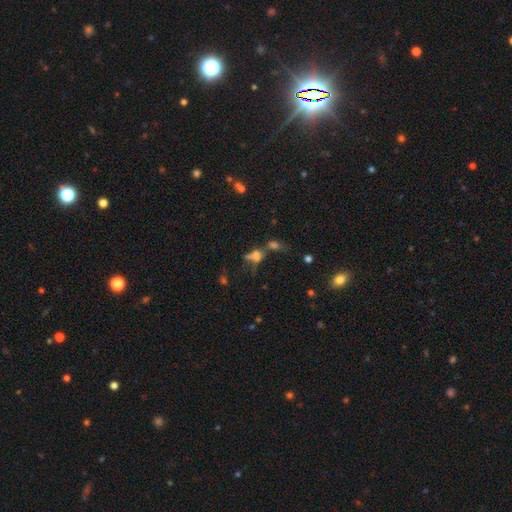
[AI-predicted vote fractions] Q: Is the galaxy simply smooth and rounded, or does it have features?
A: smooth — 50%.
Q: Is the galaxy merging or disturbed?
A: merger — 48%.